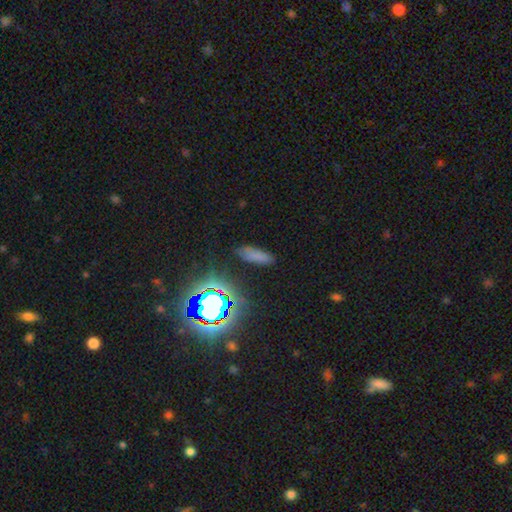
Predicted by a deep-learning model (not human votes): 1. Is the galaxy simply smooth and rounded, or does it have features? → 63% smooth, 25% star or artifact, 12% featured or disk.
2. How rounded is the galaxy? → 48% in between (tied), 48% cigar-shaped (tied), 4% round.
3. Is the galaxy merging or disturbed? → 79% none, 14% minor disturbance, 5% major disturbance, 2% merger.